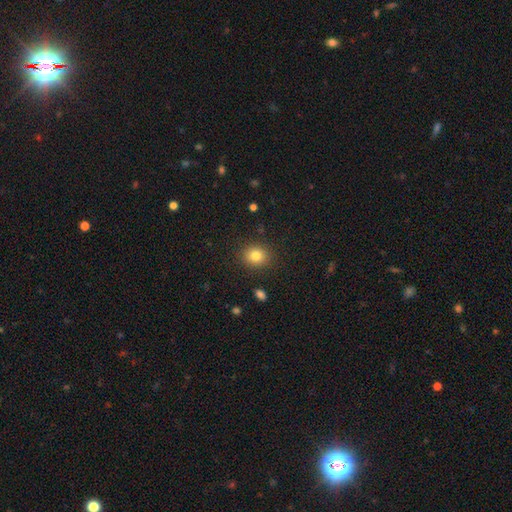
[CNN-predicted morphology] The model was most divided on "how rounded": round: 73%, in between: 26%, cigar-shaped: 1%. More confident: merging — none (89%); smooth or featured — smooth (81%).